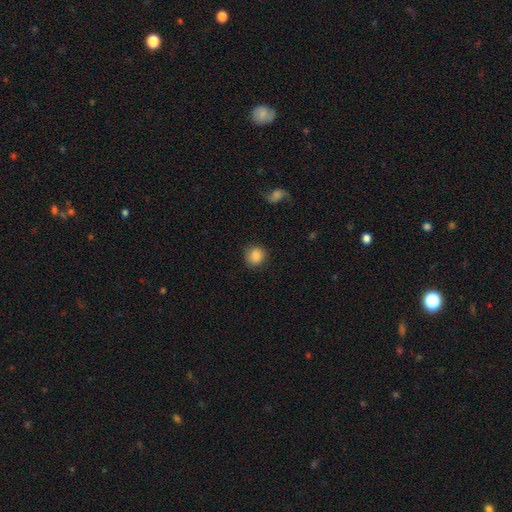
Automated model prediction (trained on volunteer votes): Overall: smooth (85%). How rounded: round (85%). Merging: none (82%).